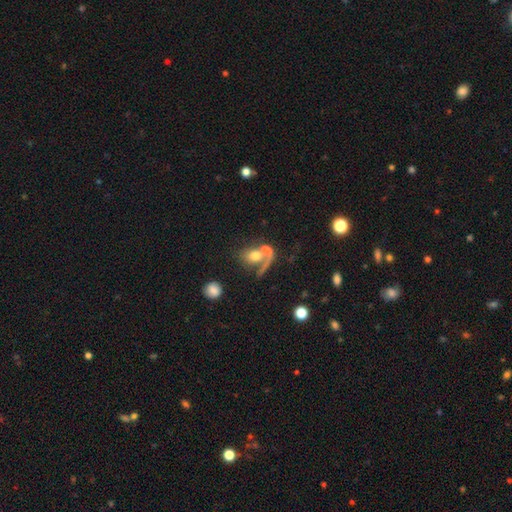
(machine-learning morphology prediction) Q: Smooth or featured?
A: smooth (60%); runner-up: featured or disk (29%)
Q: How rounded?
A: in between (51%); runner-up: round (45%)
Q: Merging?
A: merger (59%); runner-up: none (21%)